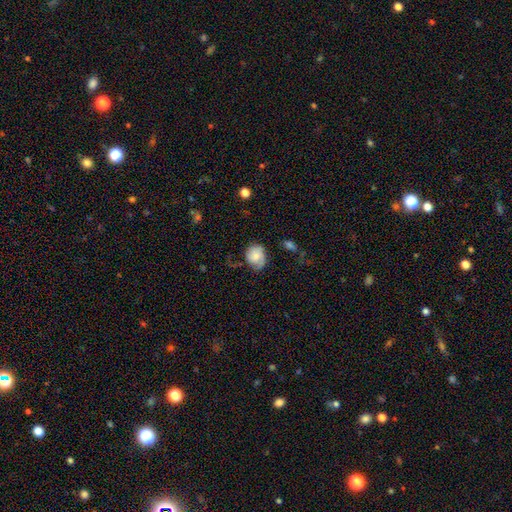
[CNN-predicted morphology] Q: Smooth or featured?
A: smooth (54%); runner-up: featured or disk (38%)
Q: How rounded?
A: round (52%); runner-up: in between (47%)
Q: Merging?
A: none (50%); runner-up: minor disturbance (33%)